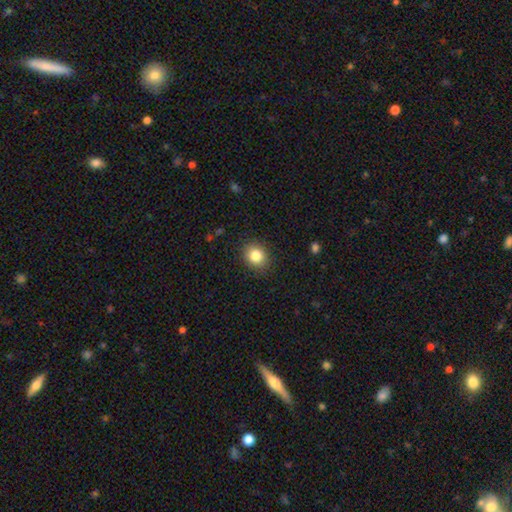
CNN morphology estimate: Smooth or featured? Predicted: smooth (p=0.84). How rounded? Predicted: round (p=0.72). Merging? Predicted: none (p=0.88).